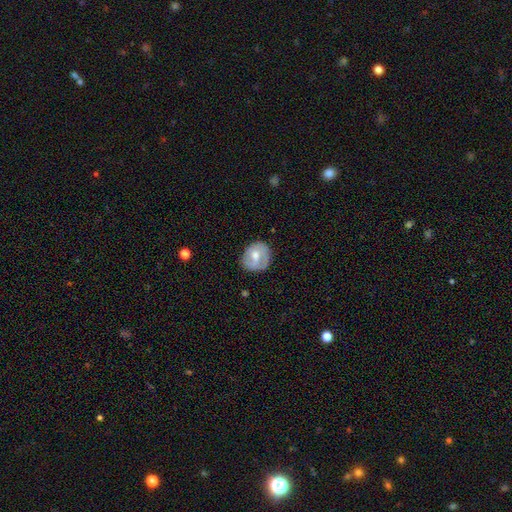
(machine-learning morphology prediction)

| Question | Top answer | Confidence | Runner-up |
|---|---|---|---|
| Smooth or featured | smooth | 51% | featured or disk (42%) |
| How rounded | round | 69% | in between (30%) |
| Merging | none | 71% | minor disturbance (20%) |